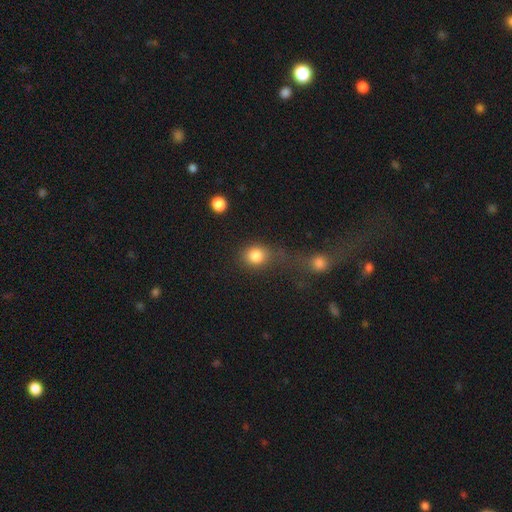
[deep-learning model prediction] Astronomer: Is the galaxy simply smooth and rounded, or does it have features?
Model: smooth — 84%.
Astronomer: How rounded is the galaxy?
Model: round — 77%.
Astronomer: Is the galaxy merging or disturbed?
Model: none — 50%.